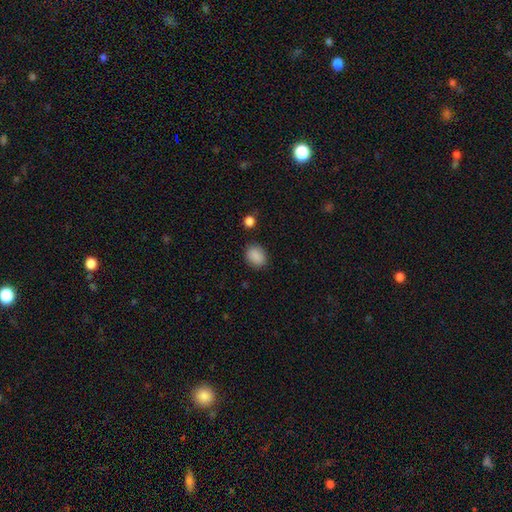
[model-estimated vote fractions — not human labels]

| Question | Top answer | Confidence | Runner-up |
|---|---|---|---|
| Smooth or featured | smooth | 88% | star or artifact (8%) |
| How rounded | in between | 62% | round (37%) |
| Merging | none | 83% | minor disturbance (11%) |